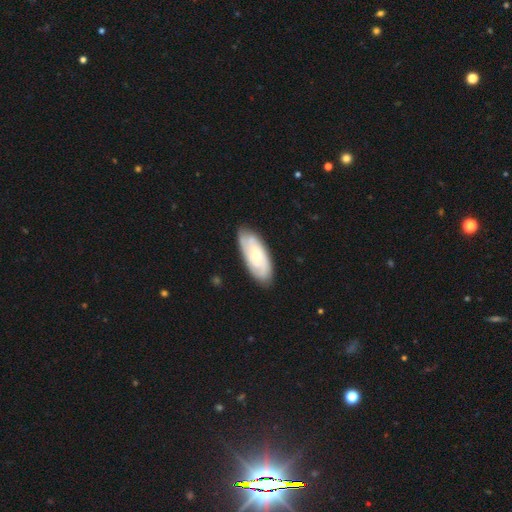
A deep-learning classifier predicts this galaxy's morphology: Overall: featured or disk (66%; smooth 29%). Edge-on disk: no (89%). Bar: no (72%). Spiral arms: yes (82%). Bulge size: moderate (53%; small 44%). Merging: none (81%).